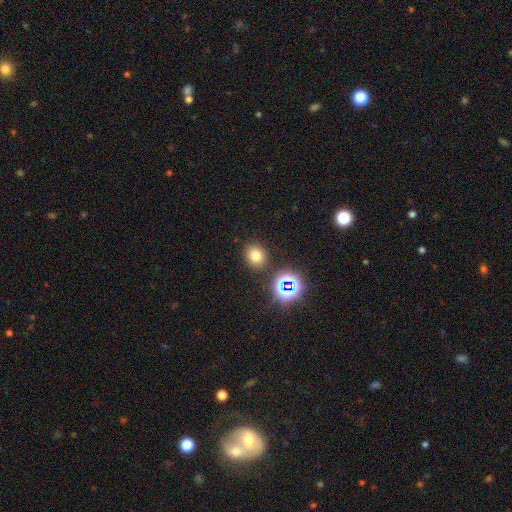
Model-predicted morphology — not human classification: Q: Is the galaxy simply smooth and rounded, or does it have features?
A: smooth — 71%.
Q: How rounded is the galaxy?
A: round — 74%.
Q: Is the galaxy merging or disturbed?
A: none — 84%.